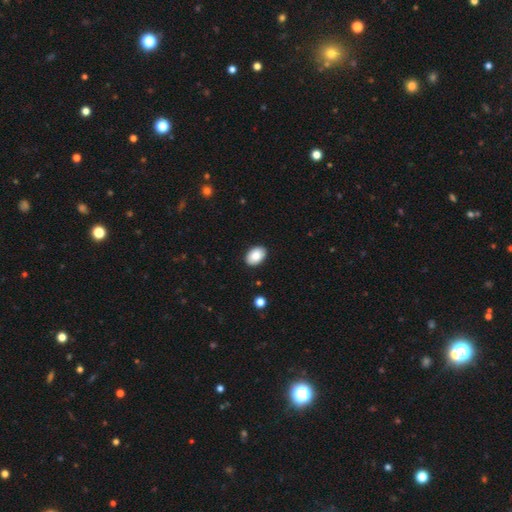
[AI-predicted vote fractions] smooth 89%, star or artifact 7%, featured or disk 4%. Down the decision tree: how rounded — in between (86%); merging — none (90%).